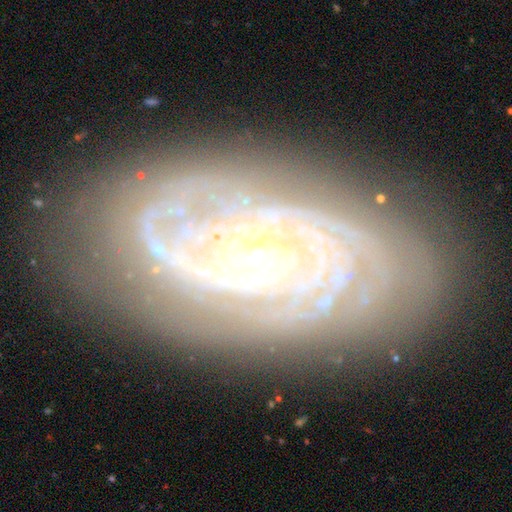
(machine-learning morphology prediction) smooth_or_featured: featured or disk (p=0.90) [alt: star or artifact p=0.05]
disk_edge_on: no (p=0.96) [alt: yes p=0.04]
bar: no (p=0.61) [alt: weak p=0.27]
has_spiral_arms: yes (p=0.98) [alt: no p=0.02]
spiral_winding: tight (p=0.81) [alt: medium p=0.17]
spiral_arm_count: can't tell (p=0.23) [alt: 3 p=0.21]
bulge_size: small (p=0.56) [alt: moderate p=0.41]
merging: none (p=0.82) [alt: minor disturbance p=0.13]